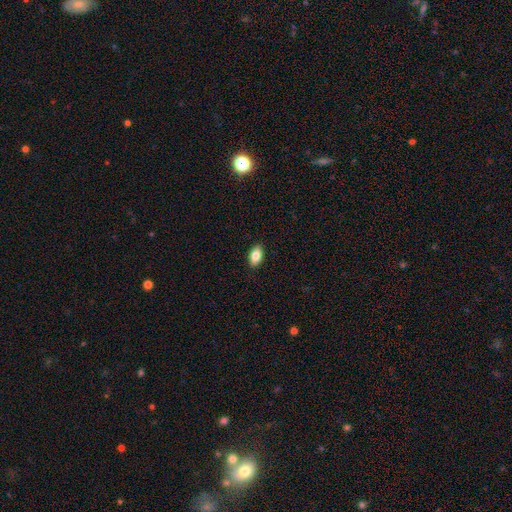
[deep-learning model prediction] Smooth or featured? Predicted: smooth (p=0.83). How rounded? Predicted: in between (p=0.91). Merging? Predicted: none (p=0.89).